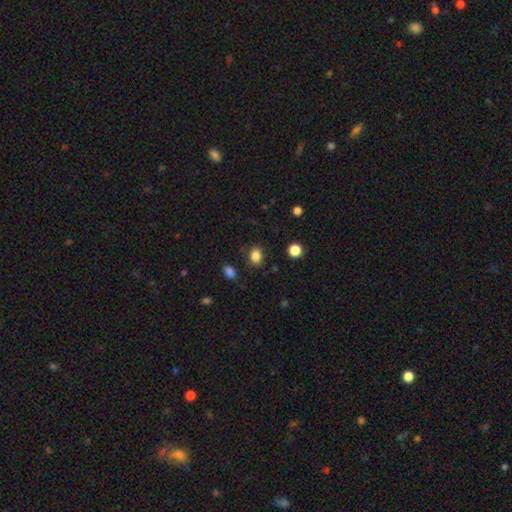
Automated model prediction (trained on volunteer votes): A smooth galaxy with no disk features (85%) that is in between round and cigar-shaped (57%). Merging: none (83%).